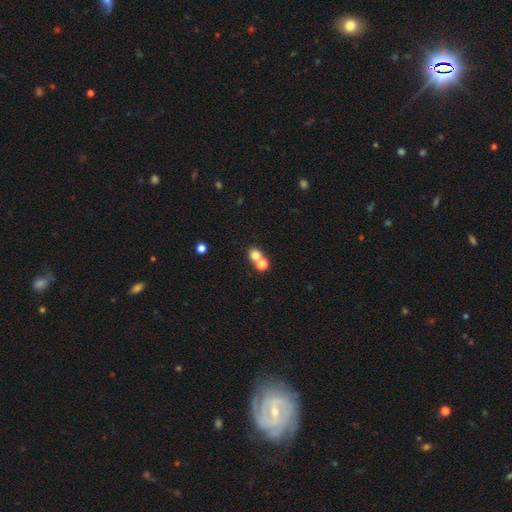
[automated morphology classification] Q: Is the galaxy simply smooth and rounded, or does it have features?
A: smooth — 76%.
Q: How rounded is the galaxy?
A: round — 72%.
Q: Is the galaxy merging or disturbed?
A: none — 45%, tied with merger.